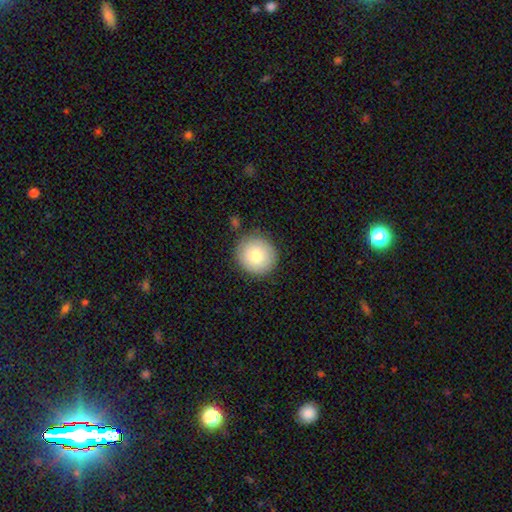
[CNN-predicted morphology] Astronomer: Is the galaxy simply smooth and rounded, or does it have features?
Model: smooth — 78%.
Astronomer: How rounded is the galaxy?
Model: round — 91%.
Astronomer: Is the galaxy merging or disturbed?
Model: none — 85%.